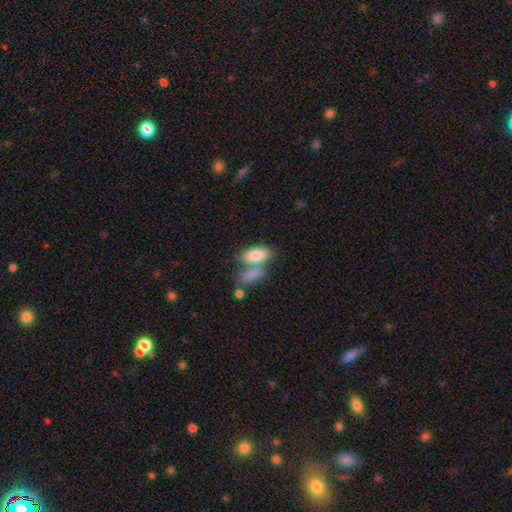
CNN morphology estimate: smooth-or-featured: smooth: 81% | featured or disk: 12% | star or artifact: 7%
  how-rounded: in between: 89% | cigar-shaped: 8% | round: 4%
  merging: merger: 45% | none: 38% | minor disturbance: 11% | major disturbance: 5%